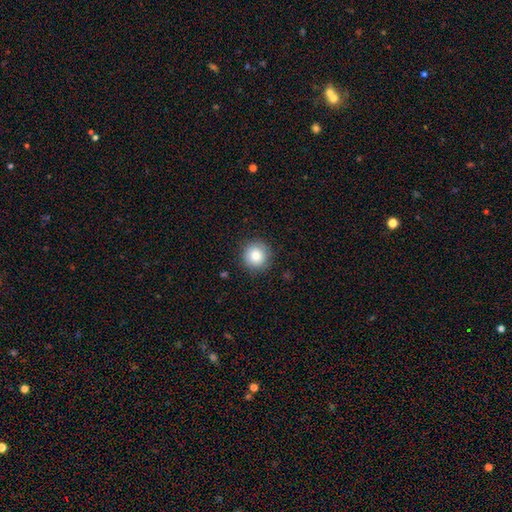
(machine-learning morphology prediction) type=smooth (82%); roundness=round (95%); merging=none (88%).